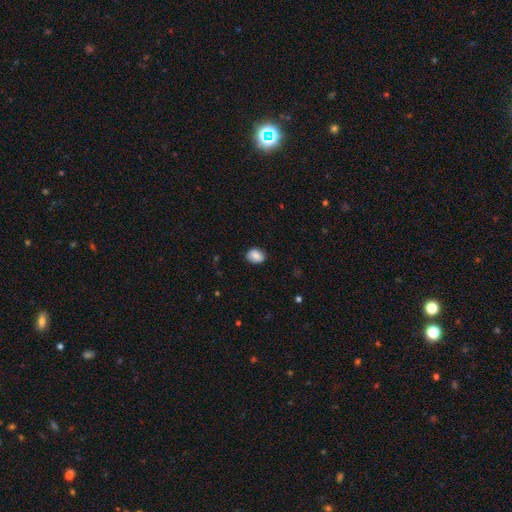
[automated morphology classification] smooth_or_featured: smooth (p=0.81) [alt: featured or disk p=0.11]
how_rounded: in between (p=0.58) [alt: round p=0.40]
merging: none (p=0.82) [alt: minor disturbance p=0.14]